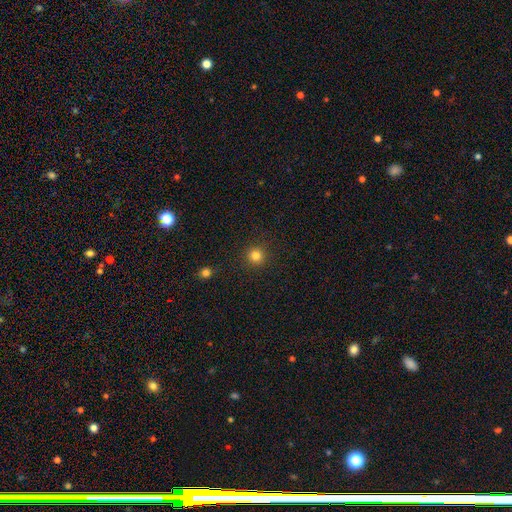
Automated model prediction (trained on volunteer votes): This appears to be a smooth galaxy with no disk features (83%) that is round (95%). Merging: none (91%).